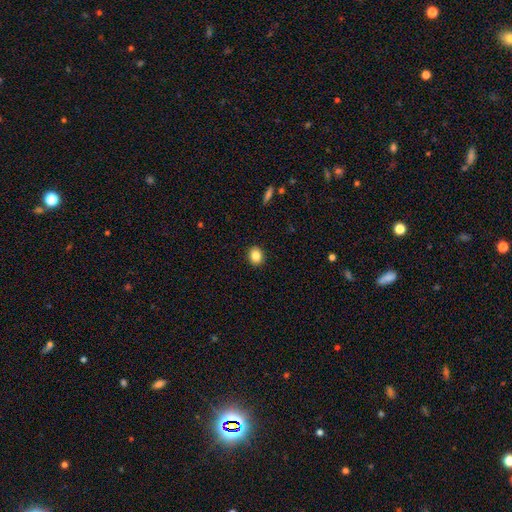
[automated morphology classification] The model was most divided on "how rounded": round: 64%, in between: 35%, cigar-shaped: 1%. More confident: merging — none (92%); smooth or featured — smooth (84%).